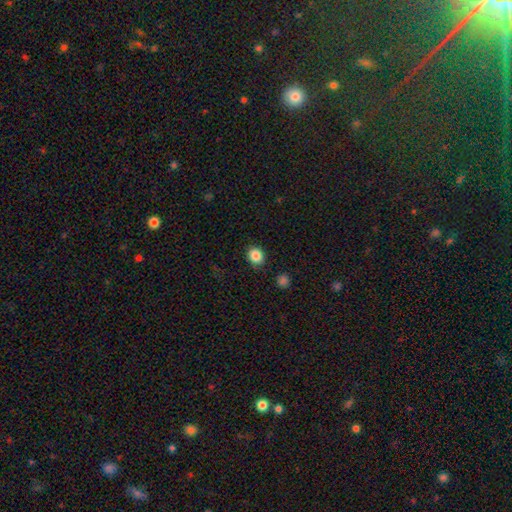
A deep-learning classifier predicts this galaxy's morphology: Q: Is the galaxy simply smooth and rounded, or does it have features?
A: smooth — 86%.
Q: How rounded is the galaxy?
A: round — 67%.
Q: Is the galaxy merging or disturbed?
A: none — 87%.